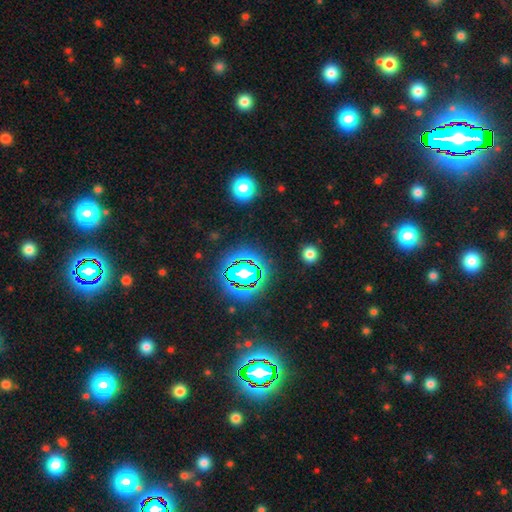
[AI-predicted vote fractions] Morphology: type=star or artifact (81%).